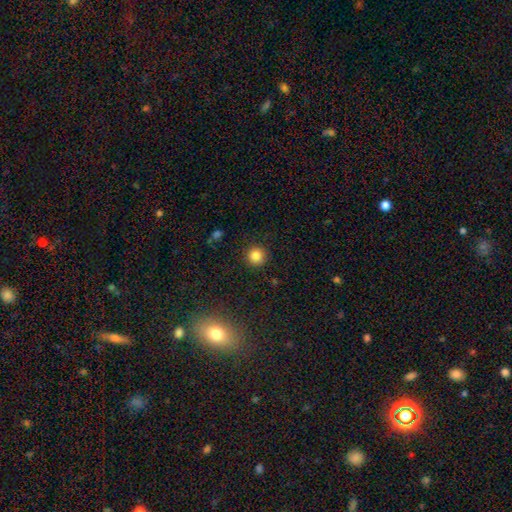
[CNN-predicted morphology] A smooth galaxy with no disk features (84%) that is round (94%). Merging: none (91%).